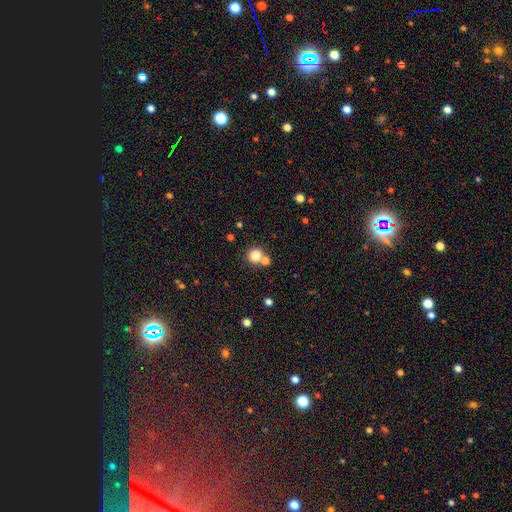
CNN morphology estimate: Smooth or featured?
  - smooth: 81% *
  - star or artifact: 13%
  - featured or disk: 6%
How rounded?
  - round: 89% *
  - in between: 10%
  - cigar-shaped: 1%
Merging?
  - none: 64% *
  - merger: 25%
  - minor disturbance: 8%
  - major disturbance: 3%